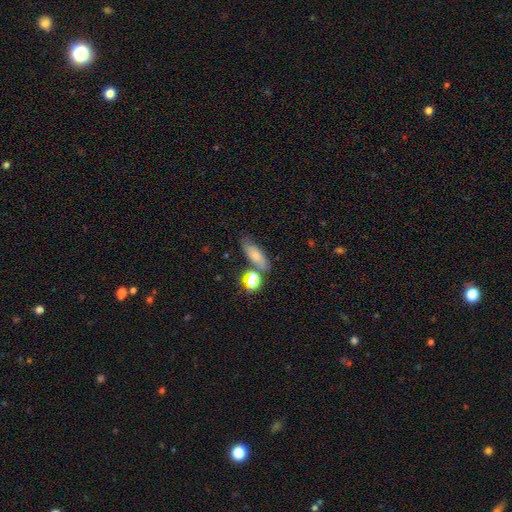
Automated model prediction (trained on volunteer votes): Q: Smooth or featured?
A: smooth (65%); runner-up: featured or disk (21%)
Q: How rounded?
A: in between (60%); runner-up: cigar-shaped (32%)
Q: Merging?
A: none (63%); runner-up: minor disturbance (18%)